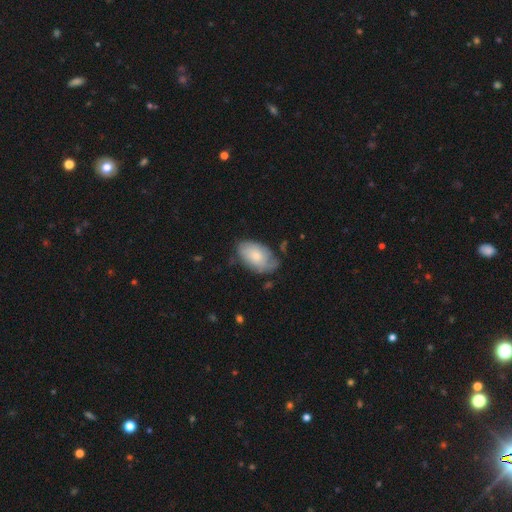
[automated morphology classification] Overall: smooth (63%; featured or disk 30%). How rounded: in between (92%). Merging: none (58%; minor disturbance 31%).